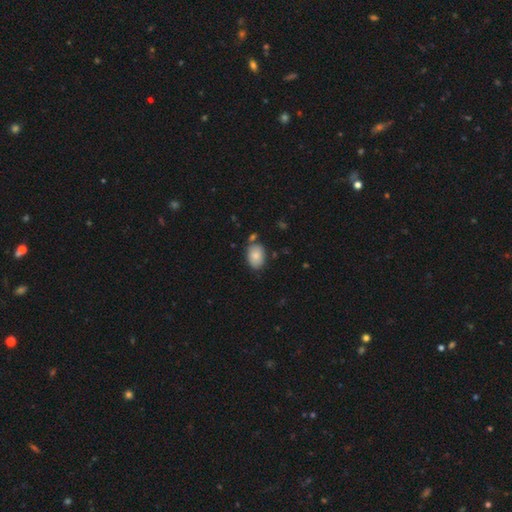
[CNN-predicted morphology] A smooth galaxy with no disk features (83%) that is in between round and cigar-shaped (85%).

Vote fractions:
- Smooth or featured? smooth: 83% / featured or disk: 10% / star or artifact: 7%
- How rounded? in between: 85% / round: 14% / cigar-shaped: 1%
- Merging? none: 75% / minor disturbance: 15% / merger: 7% / major disturbance: 3%